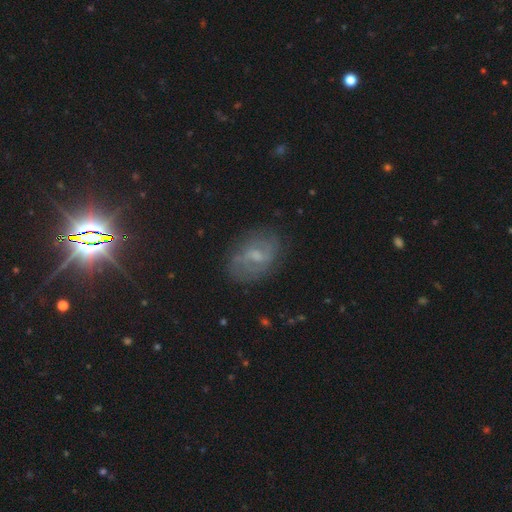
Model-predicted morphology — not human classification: A featured or disk galaxy (65%) with a weak bar (58%), 2 (61%) medium (42%) spiral arms (82%) and a small central bulge (42%).

Vote fractions:
- Smooth or featured? featured or disk: 65% / smooth: 24% / star or artifact: 11%
- Edge-on disk? no: 96% / yes: 4%
- Bar? weak: 58% / no: 29% / strong: 13%
- Spiral arms? yes: 82% / no: 18%
- Spiral winding? medium: 42% / loose: 29% / tight: 28%
- Spiral arm count? 2: 61% / can't tell: 26% / 3: 5% / 1: 4% / 4: 2% / more than 4: 2%
- Bulge size? small: 42% / moderate: 40% / none: 14% / large: 3% / dominant: 1%
- Merging? none: 74% / minor disturbance: 17% / major disturbance: 7% / merger: 2%